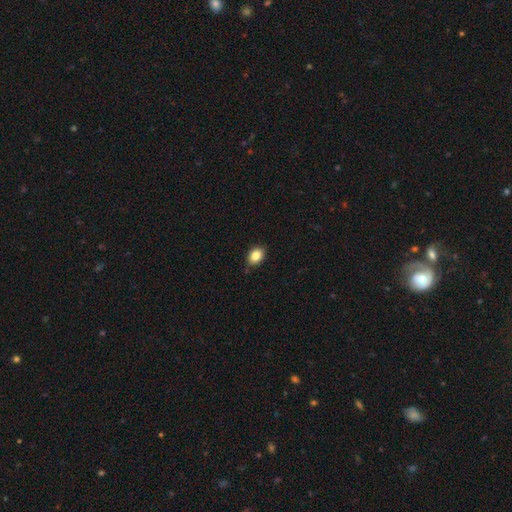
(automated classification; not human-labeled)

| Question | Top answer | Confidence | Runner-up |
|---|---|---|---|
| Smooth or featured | smooth | 85% | star or artifact (9%) |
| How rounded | in between | 72% | round (27%) |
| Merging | none | 82% | minor disturbance (15%) |